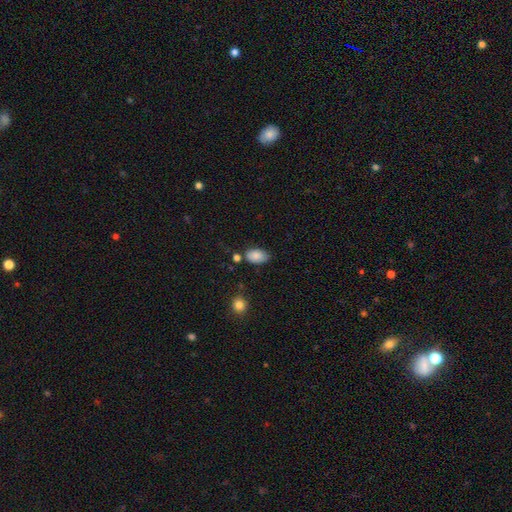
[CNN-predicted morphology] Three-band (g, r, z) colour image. It shows a smooth galaxy with no disk features (86%) that is in between round and cigar-shaped (90%). Merging: none (66%).